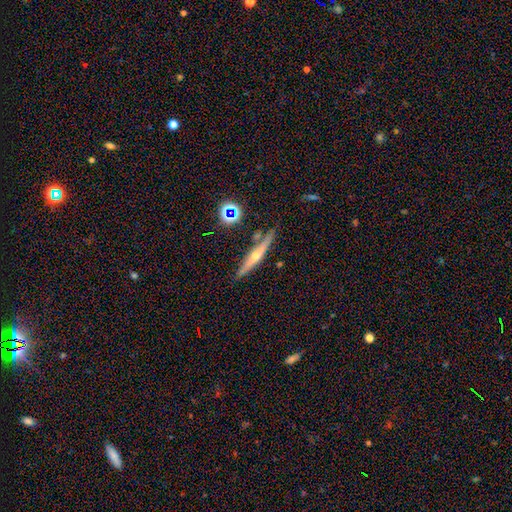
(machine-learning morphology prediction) Smooth or featured? Predicted: featured or disk (p=0.65). Edge-on disk? Predicted: yes (p=0.95). Edge-on bulge? Predicted: rounded (p=0.86). Merging? Predicted: none (p=0.83).